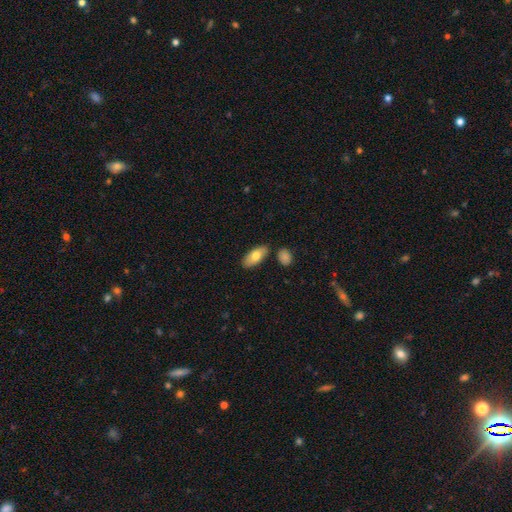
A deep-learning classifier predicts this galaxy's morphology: This appears to be a smooth galaxy with no disk features (74%) that is in between round and cigar-shaped (88%). Merging: none (81%).